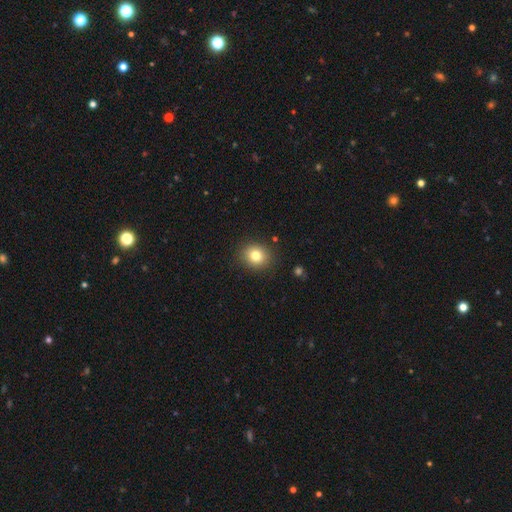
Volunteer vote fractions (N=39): smooth 77%, featured or disk 13%, star or artifact 10%. Down the decision tree: how rounded — round (70%); merging — none (91%).